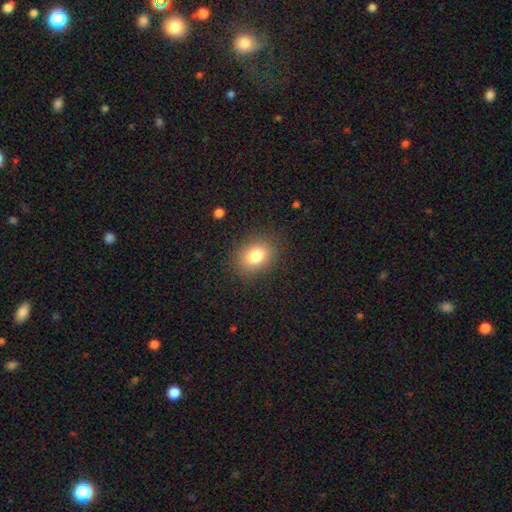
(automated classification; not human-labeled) A smooth galaxy with no disk features (82%) that is in between round and cigar-shaped (61%).

Vote fractions:
- Smooth or featured? smooth: 82% / star or artifact: 10% / featured or disk: 8%
- How rounded? in between: 61% / round: 38% / cigar-shaped: 1%
- Merging? none: 85% / minor disturbance: 10% / major disturbance: 4% / merger: 1%